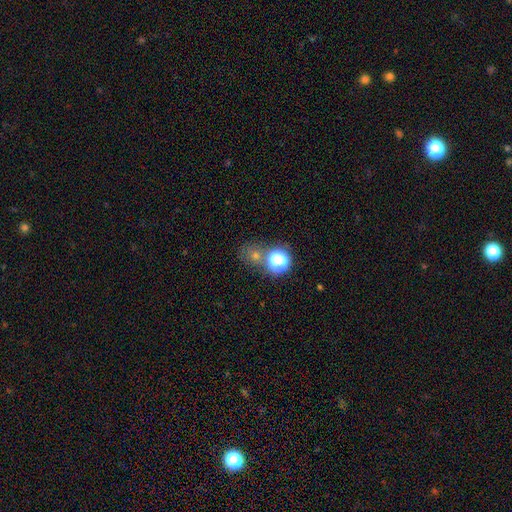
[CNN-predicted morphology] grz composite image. It shows a smooth galaxy with no disk features (50%) that is round (79%). Merging: none (63%).